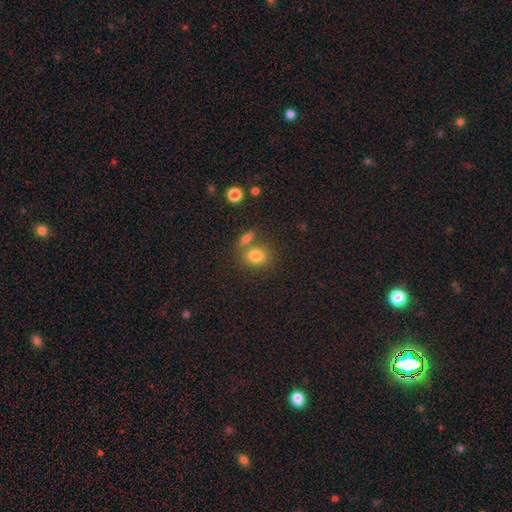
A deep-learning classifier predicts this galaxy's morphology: A smooth galaxy with no disk features (81%) that is round (57%). Merging: none (53%).